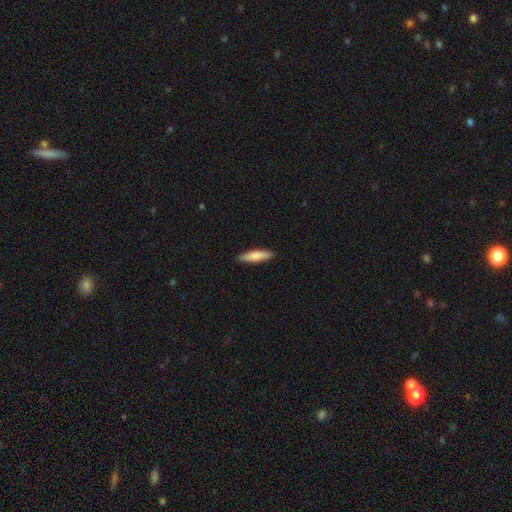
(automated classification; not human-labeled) This appears to be a smooth galaxy with no disk features (80%) that is cigar-shaped (76%). Merging: none (90%).